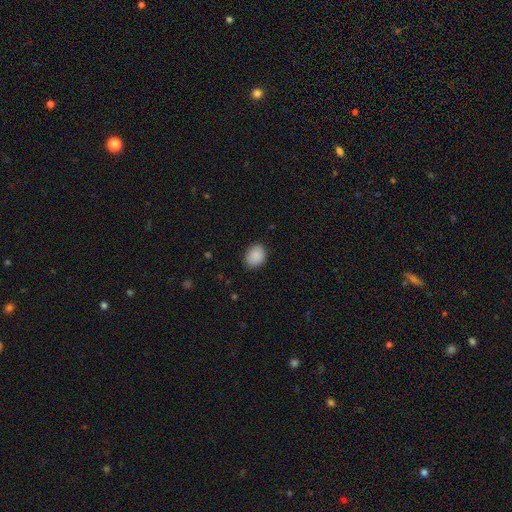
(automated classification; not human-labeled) Smooth or featured?
  - smooth: 89% *
  - star or artifact: 8%
  - featured or disk: 3%
How rounded?
  - round: 52% *
  - in between: 47%
  - cigar-shaped: 1%
Merging?
  - none: 86% *
  - minor disturbance: 11%
  - major disturbance: 2%
  - merger: 1%